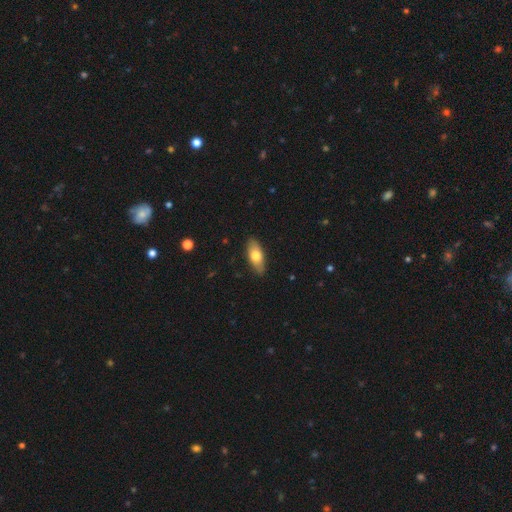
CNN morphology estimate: smooth 70%, featured or disk 24%, star or artifact 6%. Down the decision tree: how rounded — in between (79%); merging — none (87%).